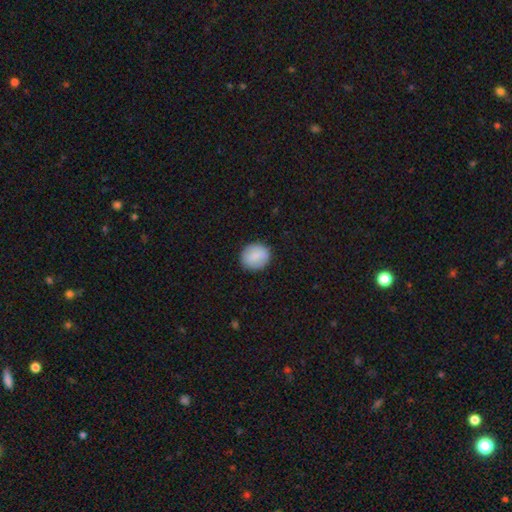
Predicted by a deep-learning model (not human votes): smooth_or_featured: smooth (p=0.82) [alt: featured or disk p=0.11]
how_rounded: round (p=0.79) [alt: in between p=0.20]
merging: none (p=0.87) [alt: minor disturbance p=0.09]